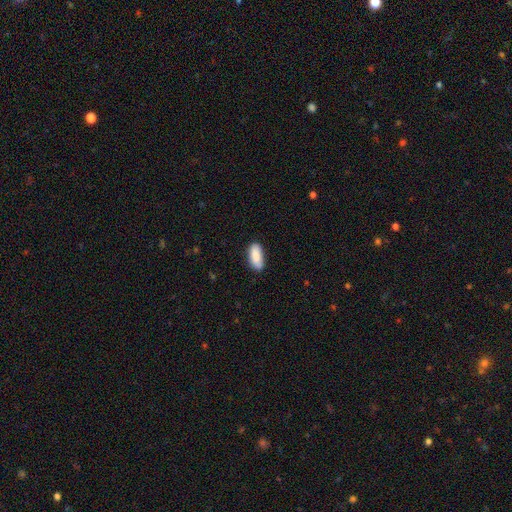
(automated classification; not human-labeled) Overall: smooth (88%). How rounded: in between (86%). Merging: none (77%).